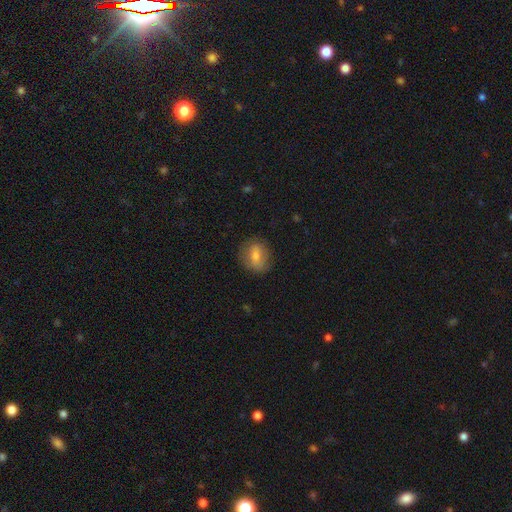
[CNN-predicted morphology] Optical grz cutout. It shows a smooth galaxy with no disk features (67%) that is round (54%). Merging: none (80%).